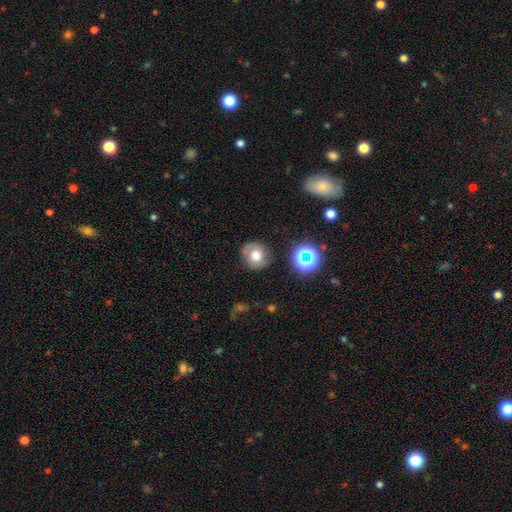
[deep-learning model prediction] smooth-or-featured: smooth: 58% | featured or disk: 28% | star or artifact: 14%
  how-rounded: round: 85% | in between: 14% | cigar-shaped: 1%
  merging: none: 77% | minor disturbance: 15% | major disturbance: 5% | merger: 2%